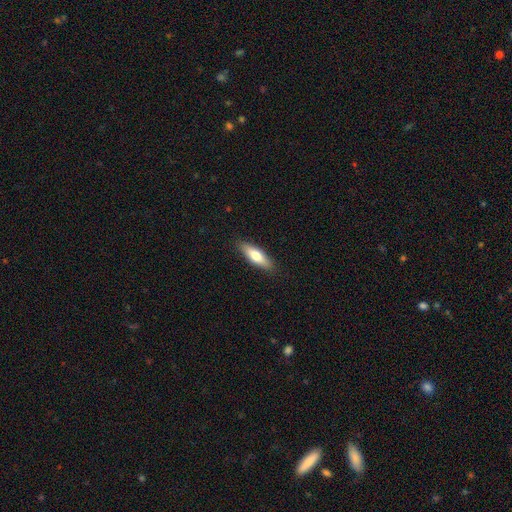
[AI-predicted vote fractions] Smooth or featured? smooth (69%)
How rounded? in between (49%, tied with cigar-shaped)
Merging? none (88%)